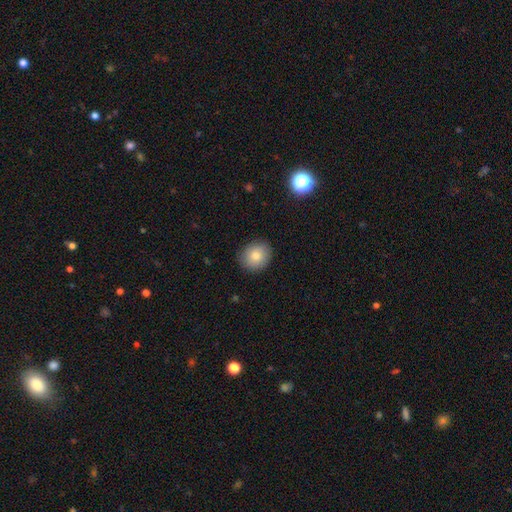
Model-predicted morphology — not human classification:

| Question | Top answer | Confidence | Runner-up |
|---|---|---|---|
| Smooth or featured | smooth | 80% | featured or disk (11%) |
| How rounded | round | 74% | in between (25%) |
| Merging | none | 88% | minor disturbance (9%) |